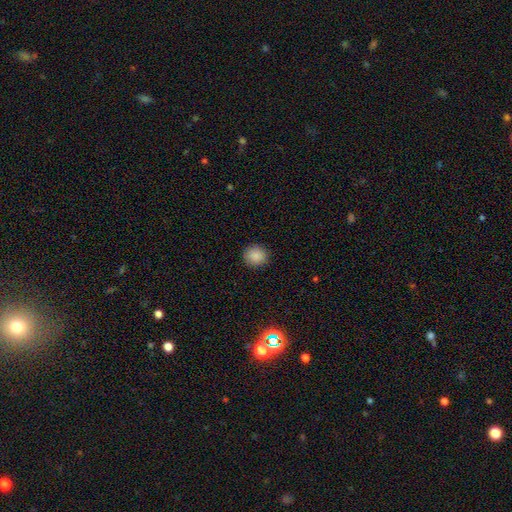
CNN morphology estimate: This is clearly a smooth galaxy (87%). How rounded: clearly round (87%). Merging: clearly none (90%).